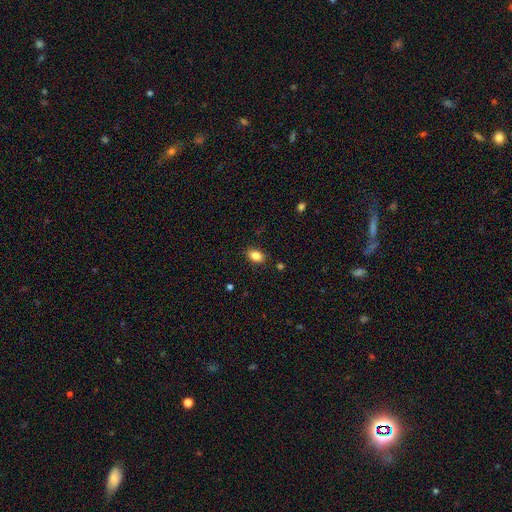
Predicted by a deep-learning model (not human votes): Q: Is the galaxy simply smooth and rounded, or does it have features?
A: smooth — 84%.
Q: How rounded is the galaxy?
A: in between — 82%.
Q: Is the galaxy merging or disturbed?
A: none — 87%.